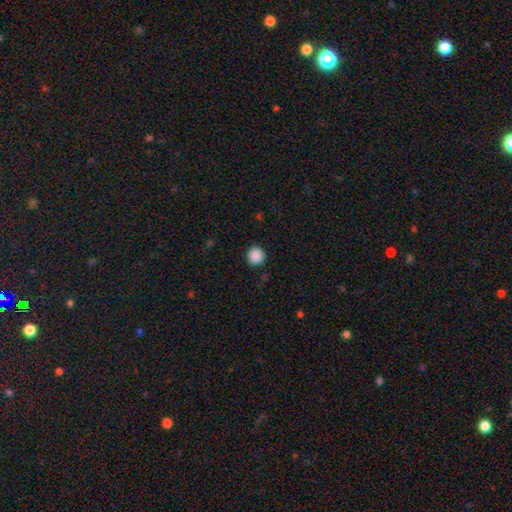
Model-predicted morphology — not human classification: smooth-or-featured: smooth: 89% | star or artifact: 9% | featured or disk: 2%
  how-rounded: round: 93% | in between: 6% | cigar-shaped: 1%
  merging: none: 91% | minor disturbance: 6% | major disturbance: 2% | merger: 1%